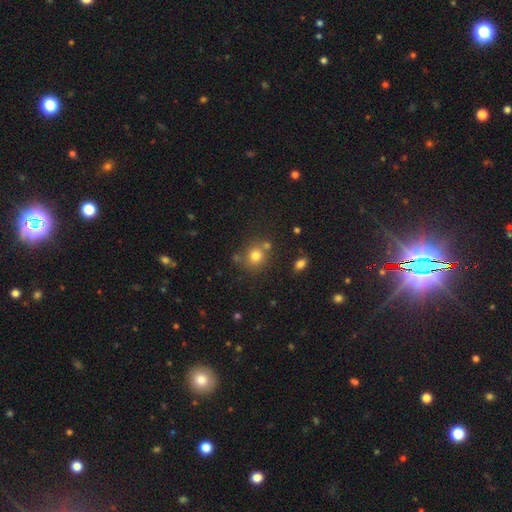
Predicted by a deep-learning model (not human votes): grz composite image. It shows a smooth galaxy with no disk features (77%) that is round (84%). Merging: none (68%).